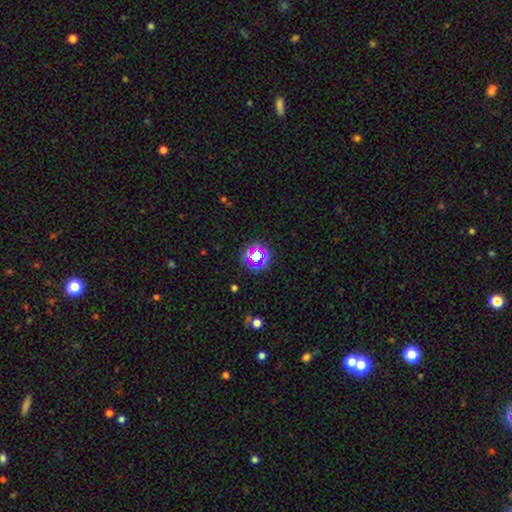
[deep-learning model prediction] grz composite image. It shows a star or artifact, not a galaxy (57%).